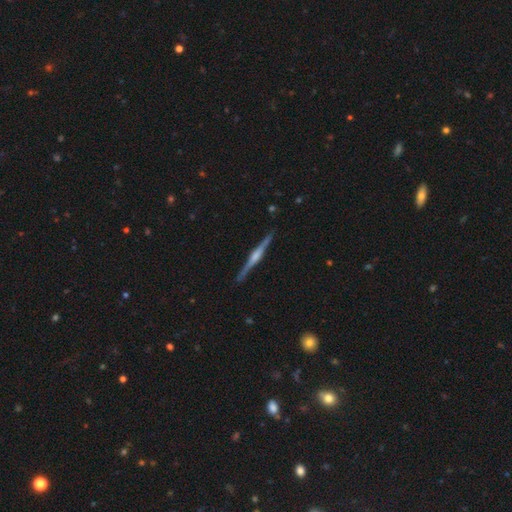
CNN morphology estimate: Smooth or featured? Predicted: featured or disk (p=0.81). Edge-on disk? Predicted: yes (p=0.98). Edge-on bulge? Predicted: rounded (p=0.61). Merging? Predicted: none (p=0.89).